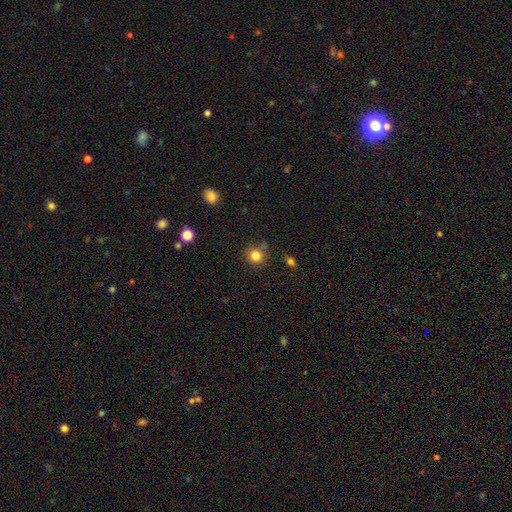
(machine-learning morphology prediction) type=smooth (83%); roundness=round (91%); merging=none (77%).